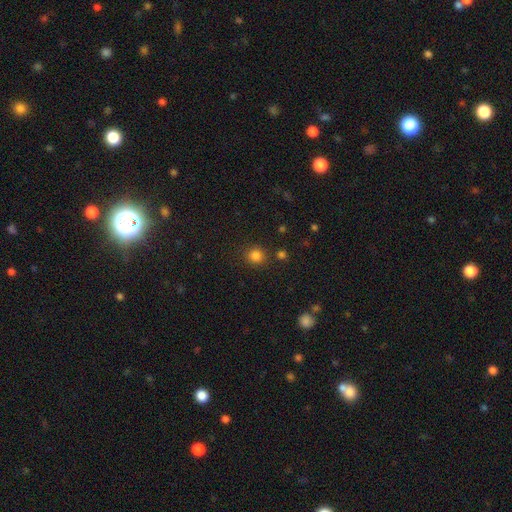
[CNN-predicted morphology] smooth-or-featured: smooth: 82% | star or artifact: 14% | featured or disk: 4%
  how-rounded: round: 89% | in between: 10% | cigar-shaped: 1%
  merging: none: 84% | minor disturbance: 8% | merger: 4% | major disturbance: 3%